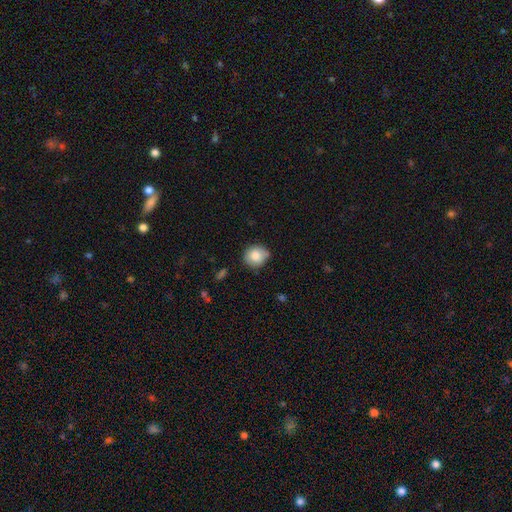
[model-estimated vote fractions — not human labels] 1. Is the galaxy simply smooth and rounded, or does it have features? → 84% smooth, 8% star or artifact, 7% featured or disk.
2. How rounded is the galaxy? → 86% round, 13% in between, 1% cigar-shaped.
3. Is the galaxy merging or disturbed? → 75% none, 19% minor disturbance, 3% major disturbance, 3% merger.